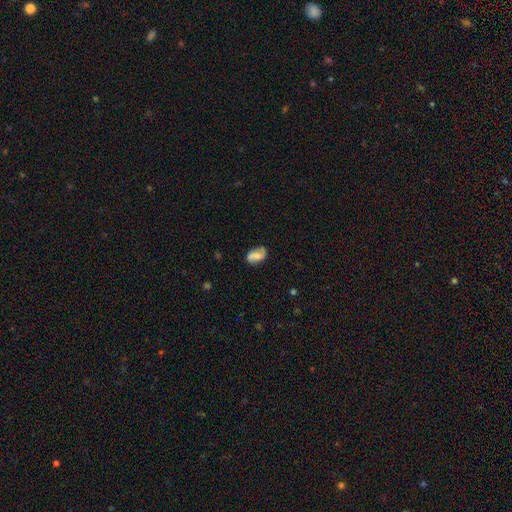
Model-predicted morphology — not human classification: This is possibly a smooth galaxy (47%). Merging: likely none (71%).